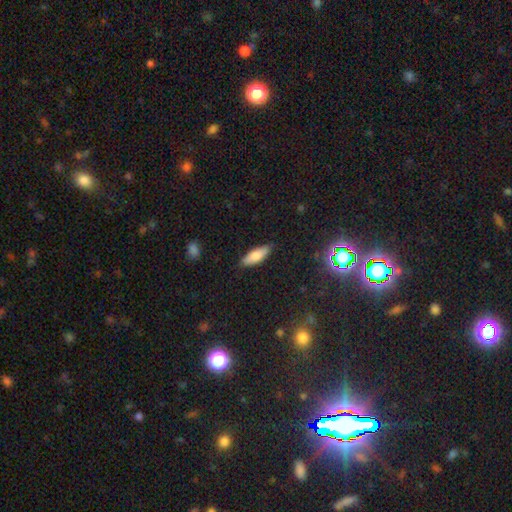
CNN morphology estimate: A smooth galaxy with no disk features (78%) that is in between round and cigar-shaped (61%). Merging: none (84%).